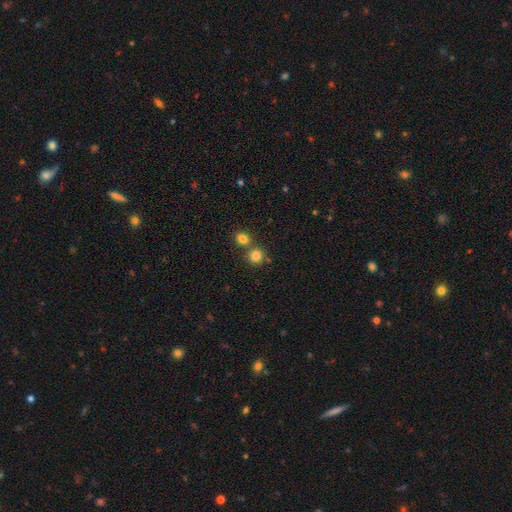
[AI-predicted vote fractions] A smooth galaxy with no disk features (82%) that is round (89%).

Vote fractions:
- Smooth or featured? smooth: 82% / star or artifact: 12% / featured or disk: 6%
- How rounded? round: 89% / in between: 10% / cigar-shaped: 1%
- Merging? none: 62% / merger: 29% / minor disturbance: 7% / major disturbance: 2%